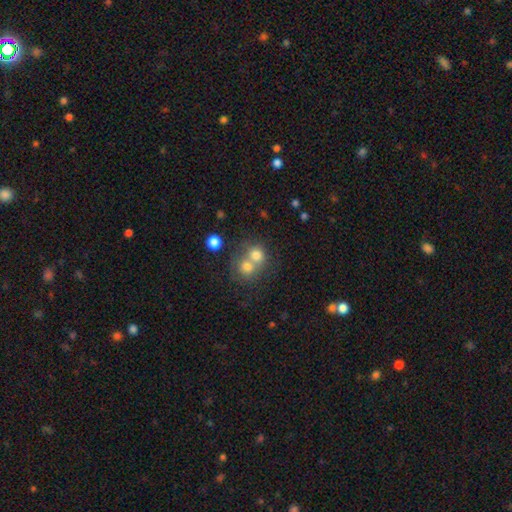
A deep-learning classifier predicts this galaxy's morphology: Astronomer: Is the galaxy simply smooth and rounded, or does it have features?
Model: smooth — 73%.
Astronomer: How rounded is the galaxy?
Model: round — 79%.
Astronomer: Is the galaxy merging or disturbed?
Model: merger — 60%.